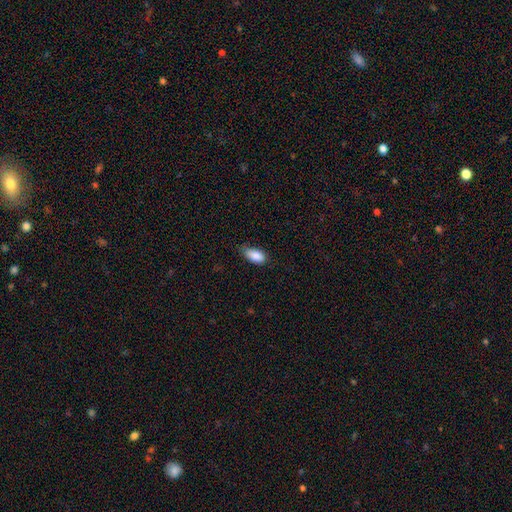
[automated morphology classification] This is clearly a smooth galaxy (88%). How rounded: clearly in between (92%). Merging: likely none (65%).